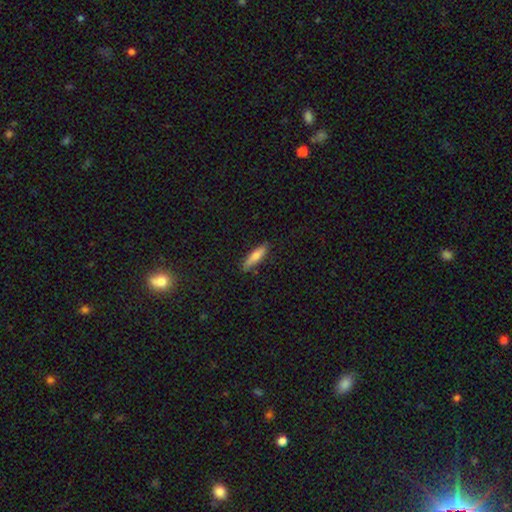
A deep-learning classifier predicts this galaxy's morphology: Overall: smooth (76%). How rounded: cigar-shaped (69%). Merging: none (83%).